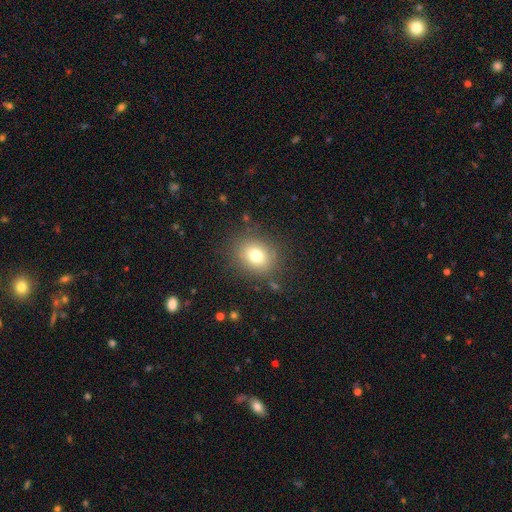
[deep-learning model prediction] Q: Smooth or featured?
A: smooth (75%); runner-up: star or artifact (13%)
Q: How rounded?
A: round (63%); runner-up: in between (37%)
Q: Merging?
A: none (82%); runner-up: minor disturbance (11%)